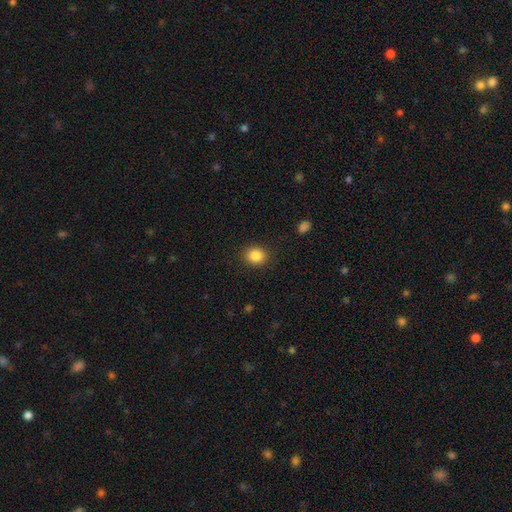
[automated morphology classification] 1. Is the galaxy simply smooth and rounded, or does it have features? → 85% smooth, 10% star or artifact, 5% featured or disk.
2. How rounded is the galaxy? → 73% round, 26% in between, 1% cigar-shaped.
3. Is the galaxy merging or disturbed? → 89% none, 7% minor disturbance, 3% major disturbance, 1% merger.